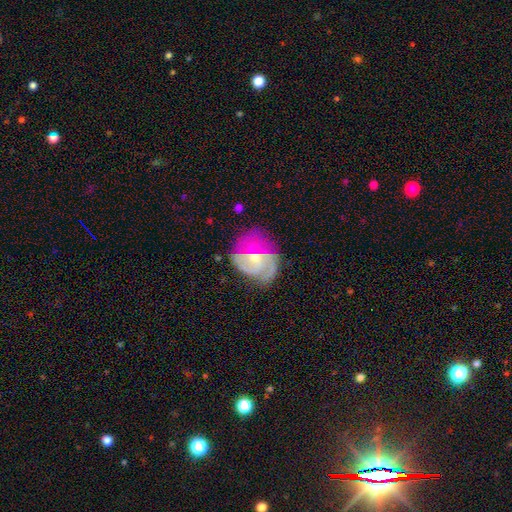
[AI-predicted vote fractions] Morphology: type=featured or disk (72%); edge-on=no (97%); bar=weak (45%); spiral arms=yes (84%); winding=medium (41%); arm count=can't tell (30%); bulge=small (49%); merging=none (49%).